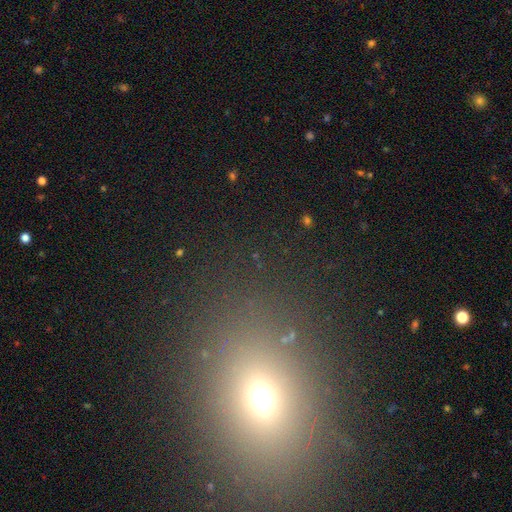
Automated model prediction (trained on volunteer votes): Smooth or featured: smooth — 49% (star or artifact — 41%)
Merging: none — 84% (minor disturbance — 8%)